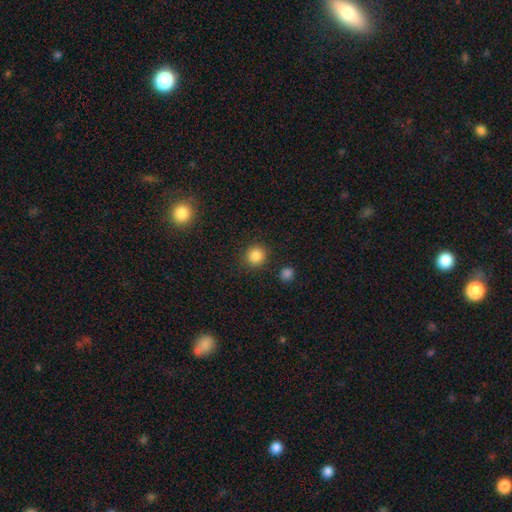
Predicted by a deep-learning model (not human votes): smooth_or_featured: smooth (p=0.86) [alt: star or artifact p=0.10]
how_rounded: round (p=0.92) [alt: in between p=0.07]
merging: none (p=0.88) [alt: minor disturbance p=0.06]